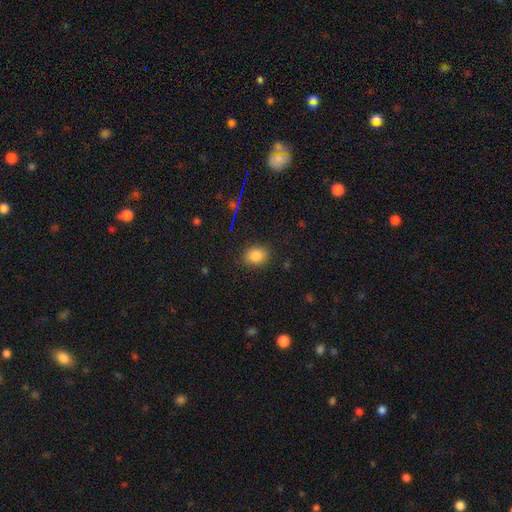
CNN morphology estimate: Smooth or featured? Predicted: smooth (p=0.82). How rounded? Predicted: in between (p=0.54). Merging? Predicted: none (p=0.85).